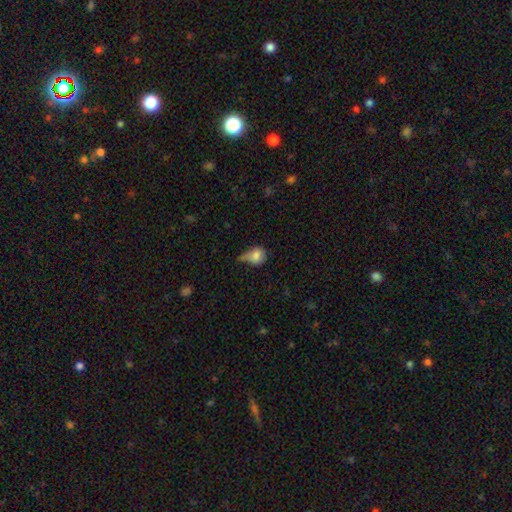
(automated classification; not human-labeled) This is likely a smooth galaxy (77%). How rounded: possibly round (58%). Merging: marginally minor disturbance (42%).